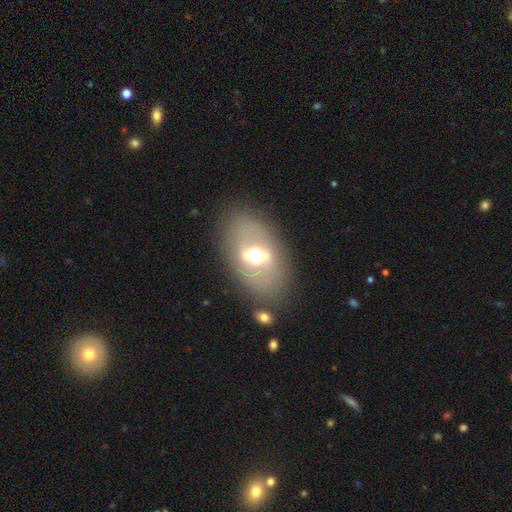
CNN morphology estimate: This appears to be a featured or disk galaxy (59%). Merging: none (78%).